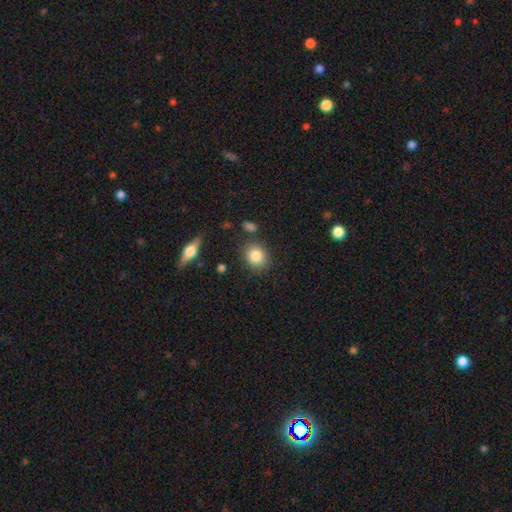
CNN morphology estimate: Smooth or featured: smooth — 83% (star or artifact — 9%)
How rounded: round — 66% (in between — 33%)
Merging: none — 81% (minor disturbance — 12%)